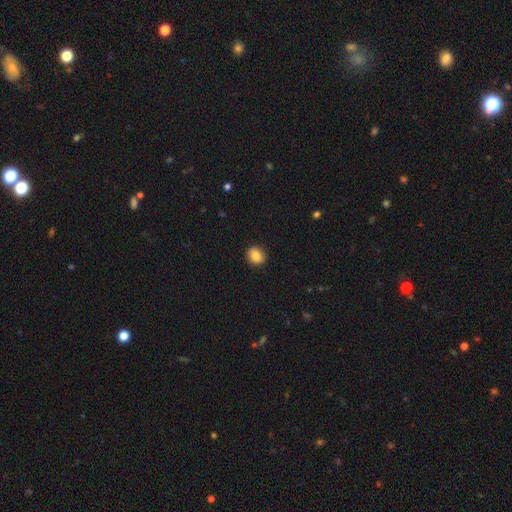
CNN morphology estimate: Smooth or featured? smooth (83%)
How rounded? round (74%)
Merging? none (90%)